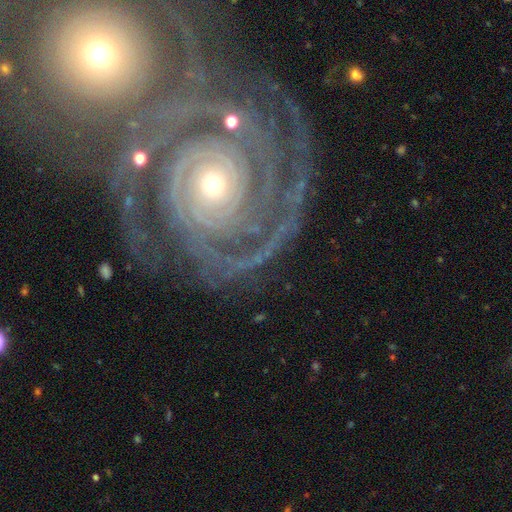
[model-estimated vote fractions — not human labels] smooth_or_featured: featured or disk (p=0.91) [alt: star or artifact p=0.05]
disk_edge_on: no (p=0.97) [alt: yes p=0.03]
bar: no (p=0.78) [alt: weak p=0.13]
has_spiral_arms: yes (p=0.98) [alt: no p=0.02]
spiral_winding: tight (p=0.84) [alt: medium p=0.13]
spiral_arm_count: 2 (p=0.34) [alt: 3 p=0.20]
bulge_size: small (p=0.65) [alt: moderate p=0.31]
merging: none (p=0.64) [alt: minor disturbance p=0.15]